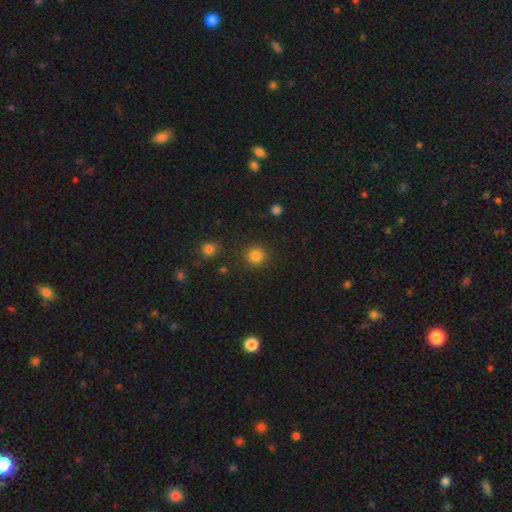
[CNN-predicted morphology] smooth 83%, star or artifact 12%, featured or disk 4%. Down the decision tree: how rounded — round (93%); merging — none (89%).